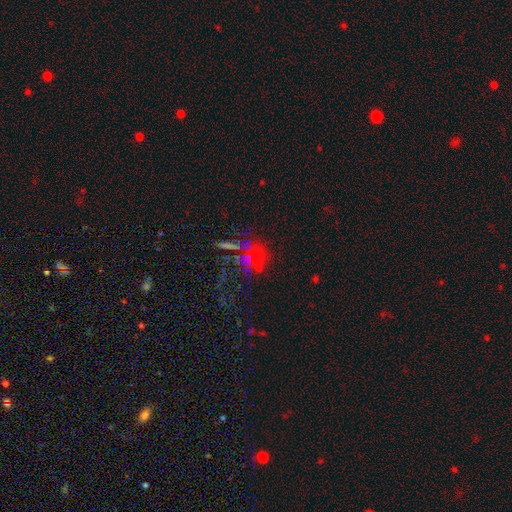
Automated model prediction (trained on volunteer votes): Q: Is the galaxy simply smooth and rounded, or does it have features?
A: star or artifact — 49%.